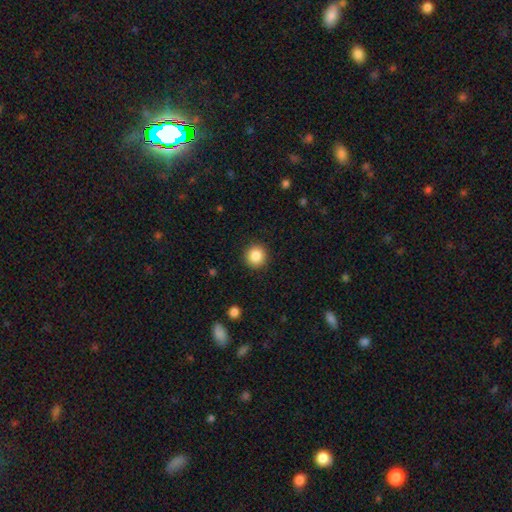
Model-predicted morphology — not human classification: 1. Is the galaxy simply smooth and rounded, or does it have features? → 86% smooth, 9% star or artifact, 4% featured or disk.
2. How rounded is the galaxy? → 94% round, 5% in between, 1% cigar-shaped.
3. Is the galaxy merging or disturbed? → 91% none, 5% minor disturbance, 2% major disturbance, 1% merger.